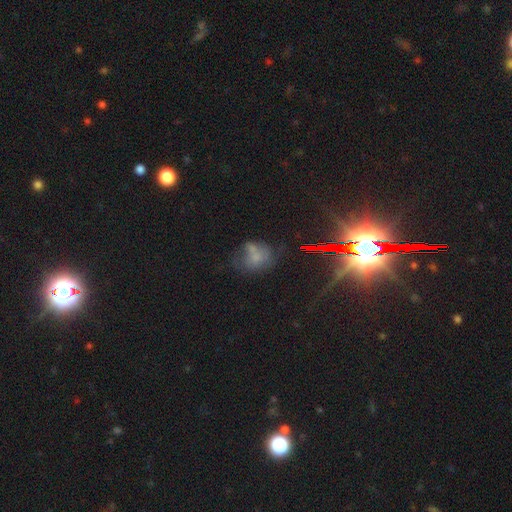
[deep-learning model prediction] smooth-or-featured: smooth: 49% | featured or disk: 29% | star or artifact: 22%
  merging: none: 36% | major disturbance: 27% | minor disturbance: 24% | merger: 13%